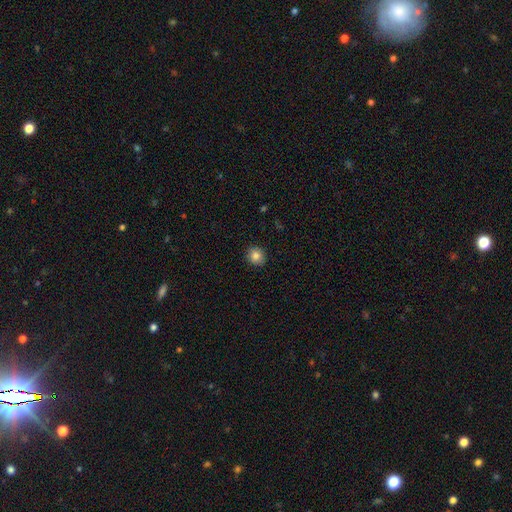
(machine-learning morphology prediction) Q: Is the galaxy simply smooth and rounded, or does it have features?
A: smooth — 84%.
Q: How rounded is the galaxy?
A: round — 82%.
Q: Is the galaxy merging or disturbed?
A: none — 90%.